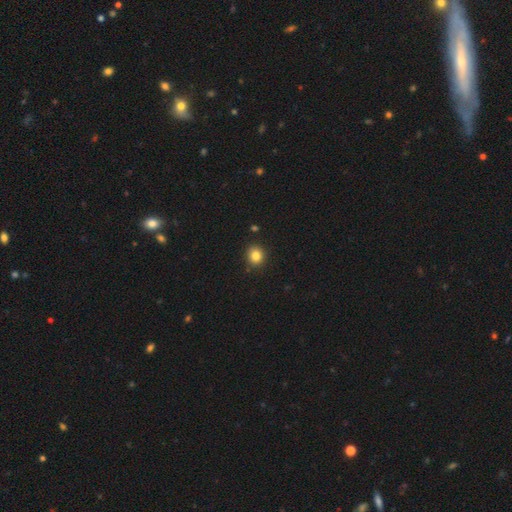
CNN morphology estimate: type=smooth (83%); roundness=round (79%); merging=none (89%).